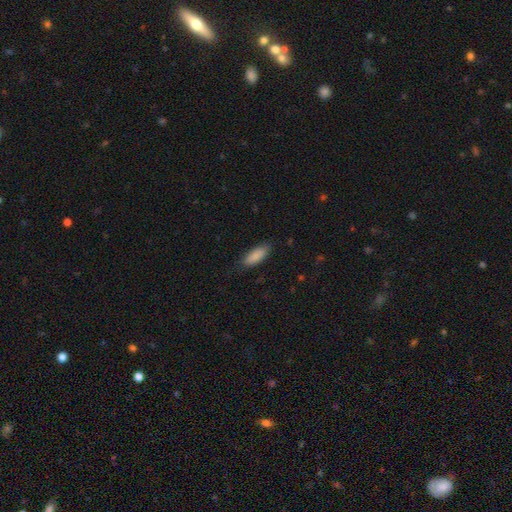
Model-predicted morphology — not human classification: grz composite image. It shows a smooth galaxy with no disk features (88%) that is in between round and cigar-shaped (73%). Merging: none (81%).